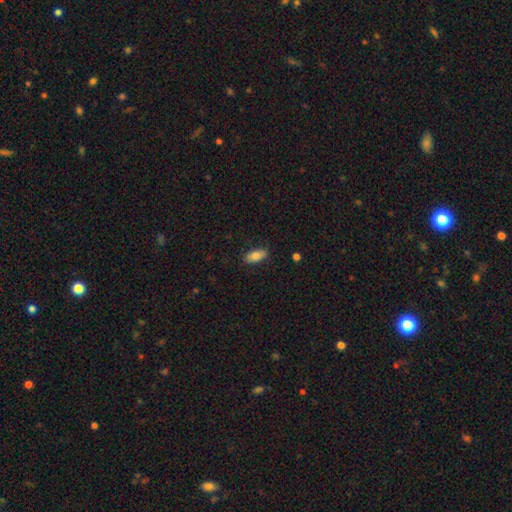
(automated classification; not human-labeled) Morphology: type=smooth (80%); roundness=in between (87%); merging=none (86%).